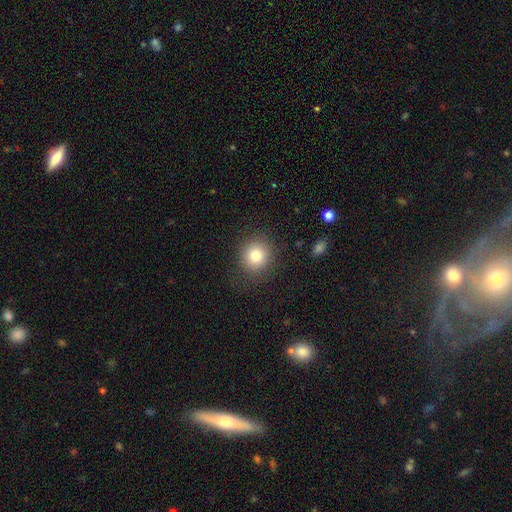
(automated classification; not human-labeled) A smooth galaxy with no disk features (81%) that is round (88%). Merging: none (86%).